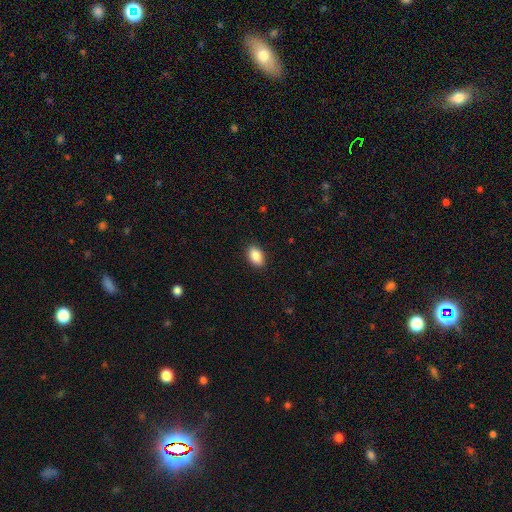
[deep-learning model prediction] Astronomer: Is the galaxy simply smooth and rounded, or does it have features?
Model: smooth — 89%.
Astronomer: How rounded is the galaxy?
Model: in between — 90%.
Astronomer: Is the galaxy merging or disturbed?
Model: none — 89%.